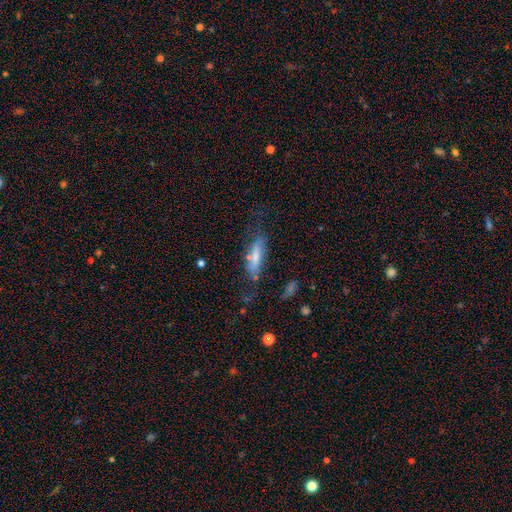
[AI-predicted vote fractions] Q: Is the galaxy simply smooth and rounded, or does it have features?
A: smooth — 53%.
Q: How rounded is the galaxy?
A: cigar-shaped — 63%.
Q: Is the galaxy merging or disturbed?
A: none — 55%.